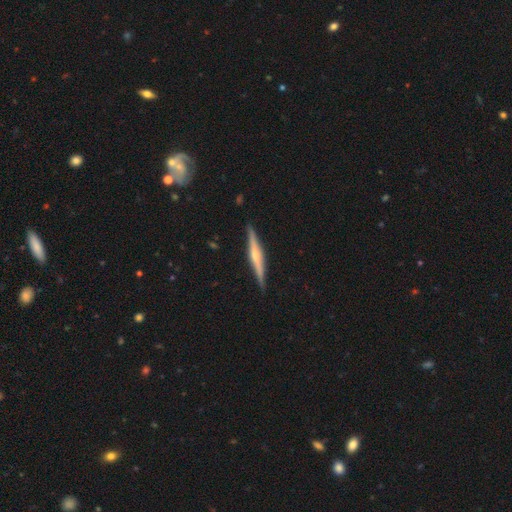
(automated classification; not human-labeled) This appears to be a featured or disk galaxy (70%) viewed edge-on (98%) with a rounded central bulge (72%). Merging: none (90%).